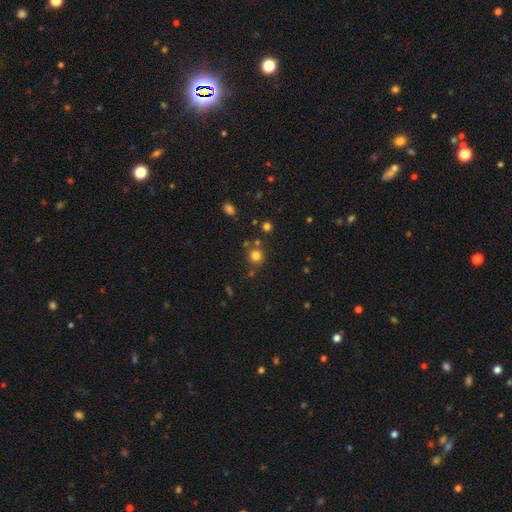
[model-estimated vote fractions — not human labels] smooth_or_featured: smooth (p=0.78) [alt: star or artifact p=0.15]
how_rounded: round (p=0.90) [alt: in between p=0.09]
merging: none (p=0.75) [alt: merger p=0.12]